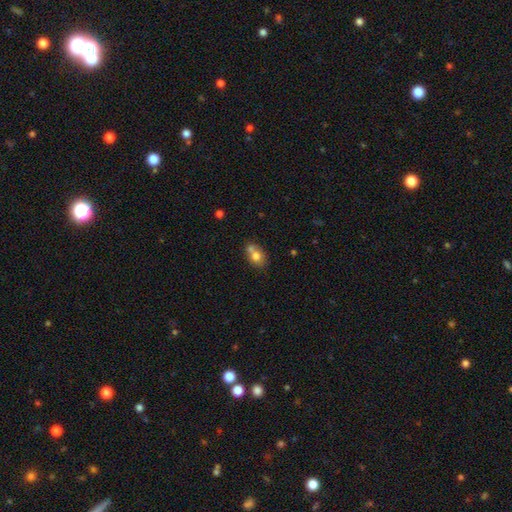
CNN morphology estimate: This is likely a smooth galaxy (74%). How rounded: possibly in between (51%). Merging: marginally merger (45%).